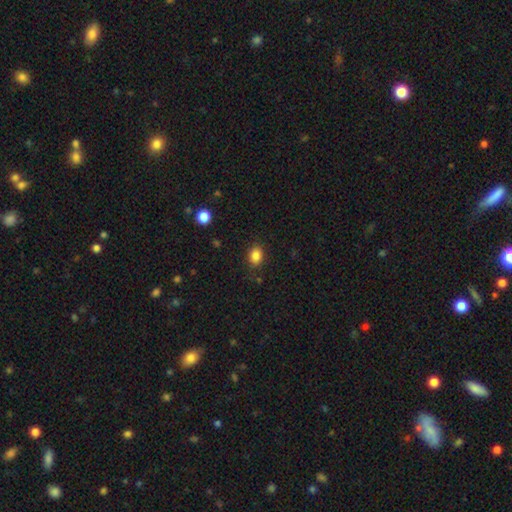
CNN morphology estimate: Q: Smooth or featured?
A: smooth (85%); runner-up: star or artifact (10%)
Q: How rounded?
A: in between (63%); runner-up: round (36%)
Q: Merging?
A: none (84%); runner-up: minor disturbance (12%)